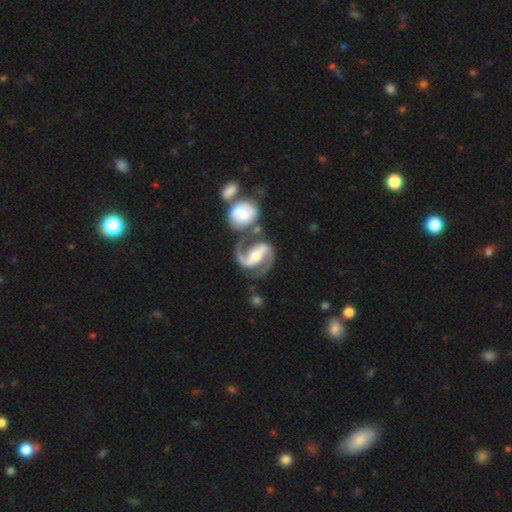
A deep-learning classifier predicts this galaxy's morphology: Q: Smooth or featured?
A: featured or disk (93%); runner-up: star or artifact (4%)
Q: Edge-on disk?
A: no (98%); runner-up: yes (2%)
Q: Bar?
A: strong (60%); runner-up: weak (26%)
Q: Spiral arms?
A: yes (98%); runner-up: no (2%)
Q: Spiral winding?
A: medium (63%); runner-up: loose (20%)
Q: Spiral arm count?
A: 2 (94%); runner-up: 1 (1%)
Q: Bulge size?
A: moderate (64%); runner-up: small (25%)
Q: Merging?
A: none (64%); runner-up: merger (17%)